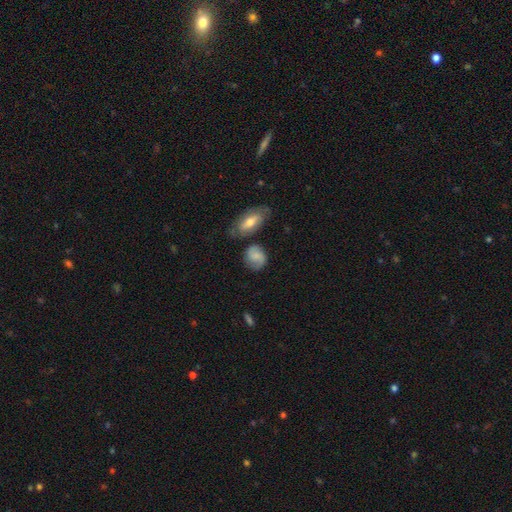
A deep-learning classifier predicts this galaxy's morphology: Smooth or featured? smooth (53%)
How rounded? round (56%)
Merging? none (65%)